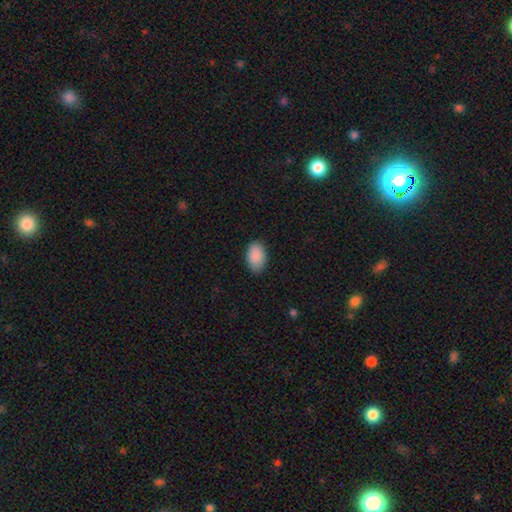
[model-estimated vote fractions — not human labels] smooth-or-featured: smooth: 90% | star or artifact: 7% | featured or disk: 3%
  how-rounded: in between: 93% | round: 6% | cigar-shaped: 1%
  merging: none: 84% | minor disturbance: 13% | major disturbance: 2% | merger: 1%